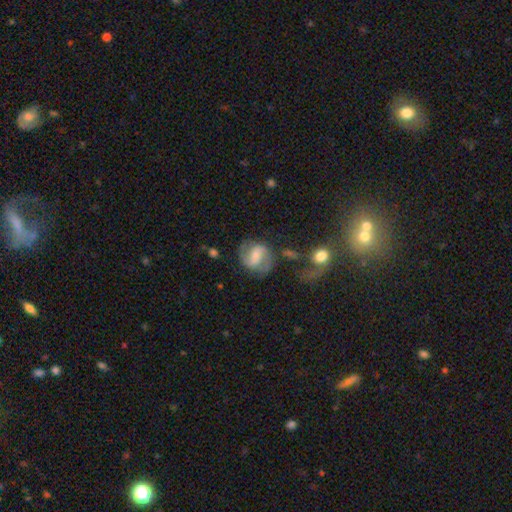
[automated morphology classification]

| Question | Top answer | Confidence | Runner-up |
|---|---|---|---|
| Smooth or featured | featured or disk | 76% | smooth (17%) |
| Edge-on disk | no | 98% | yes (2%) |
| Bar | weak | 49% | no (30%) |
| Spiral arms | yes | 94% | no (6%) |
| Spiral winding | medium | 50% | loose (30%) |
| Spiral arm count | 2 | 88% | can't tell (5%) |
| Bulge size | small | 44% | moderate (33%) |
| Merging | none | 68% | minor disturbance (17%) |